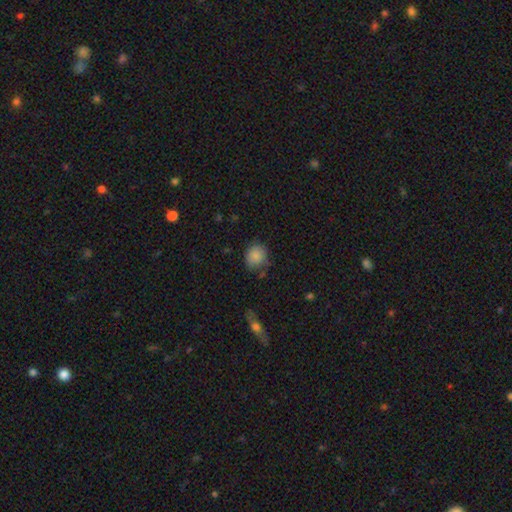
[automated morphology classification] smooth_or_featured: smooth (p=0.85) [alt: star or artifact p=0.09]
how_rounded: round (p=0.73) [alt: in between p=0.26]
merging: none (p=0.74) [alt: minor disturbance p=0.19]